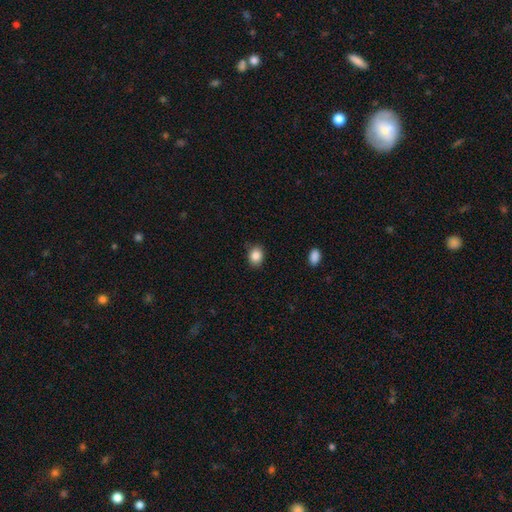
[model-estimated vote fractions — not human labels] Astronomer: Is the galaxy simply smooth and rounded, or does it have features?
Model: smooth — 85%.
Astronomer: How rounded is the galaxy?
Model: round — 50% (runner-up: in between, 49%).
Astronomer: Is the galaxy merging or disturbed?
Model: none — 85%.